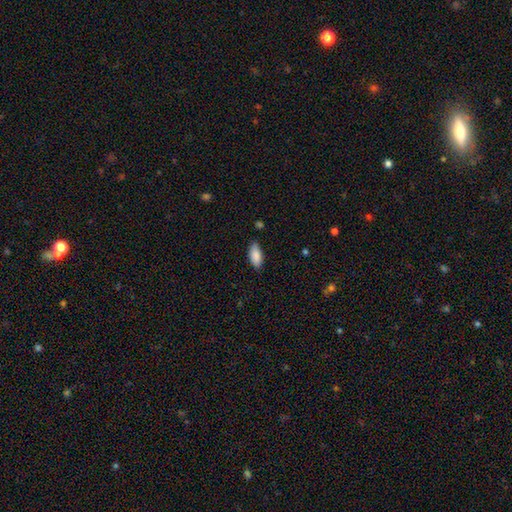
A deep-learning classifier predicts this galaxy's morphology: This is clearly a smooth galaxy (89%). How rounded: clearly in between (88%). Merging: clearly none (84%).